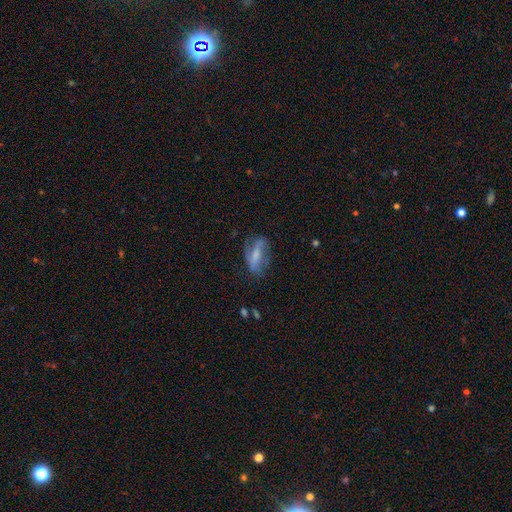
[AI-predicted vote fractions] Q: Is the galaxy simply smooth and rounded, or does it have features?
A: featured or disk — 46%.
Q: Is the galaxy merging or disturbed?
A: none — 51%.